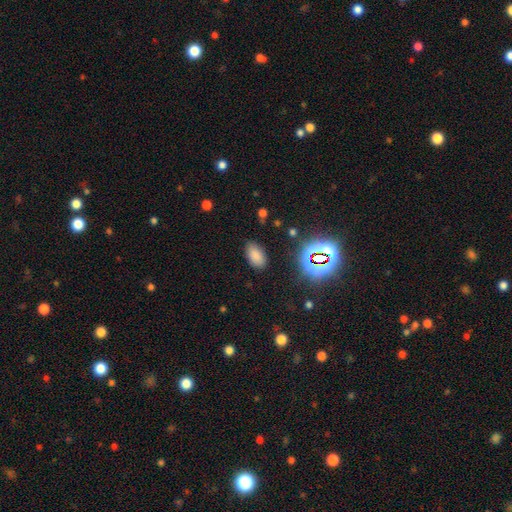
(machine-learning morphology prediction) A smooth galaxy with no disk features (78%) that is in between round and cigar-shaped (93%).

Vote fractions:
- Smooth or featured? smooth: 78% / star or artifact: 16% / featured or disk: 6%
- How rounded? in between: 93% / round: 5% / cigar-shaped: 2%
- Merging? none: 83% / minor disturbance: 12% / major disturbance: 3% / merger: 2%